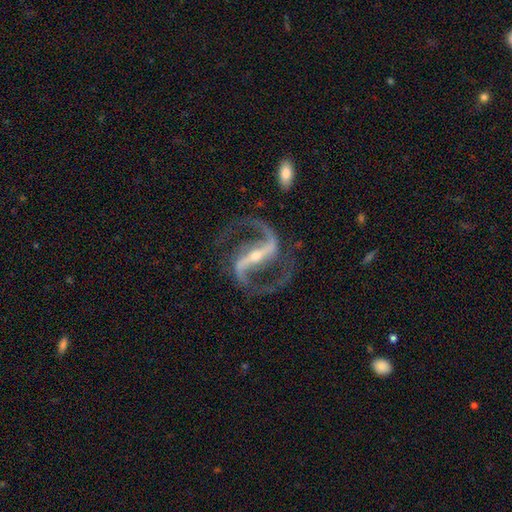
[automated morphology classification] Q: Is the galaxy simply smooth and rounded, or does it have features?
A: featured or disk — 94%.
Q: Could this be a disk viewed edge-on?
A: no — 97%.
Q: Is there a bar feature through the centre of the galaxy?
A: strong — 79%.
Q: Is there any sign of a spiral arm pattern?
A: yes — 98%.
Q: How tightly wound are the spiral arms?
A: medium — 57%.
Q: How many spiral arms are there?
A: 2 — 95%.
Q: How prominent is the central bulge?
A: small — 69%.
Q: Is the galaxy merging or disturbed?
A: none — 80%.